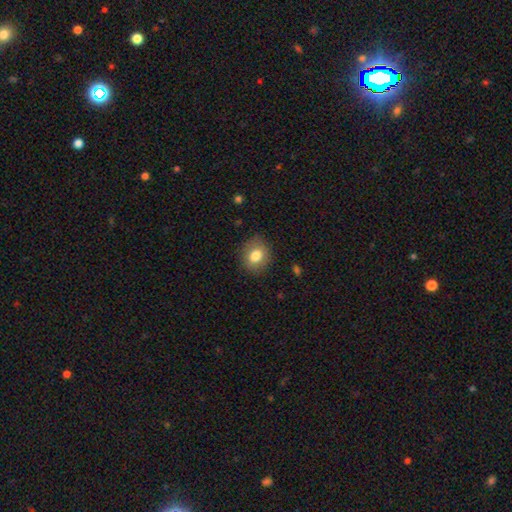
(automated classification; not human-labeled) smooth 81%, featured or disk 10%, star or artifact 9%. Down the decision tree: how rounded — round (66%); merging — none (85%).